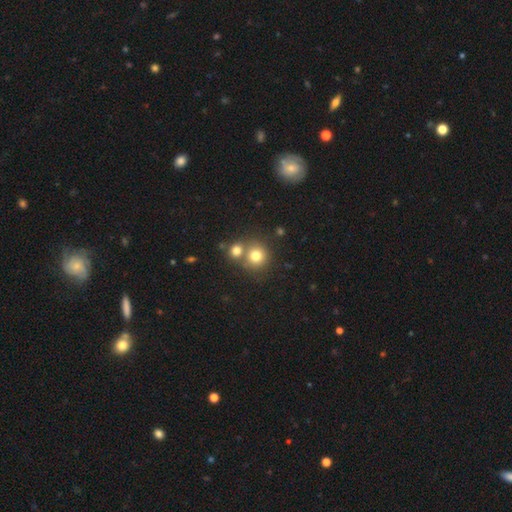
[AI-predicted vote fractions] smooth_or_featured: smooth (p=0.76) [alt: star or artifact p=0.13]
how_rounded: round (p=0.89) [alt: in between p=0.10]
merging: none (p=0.55) [alt: merger p=0.36]